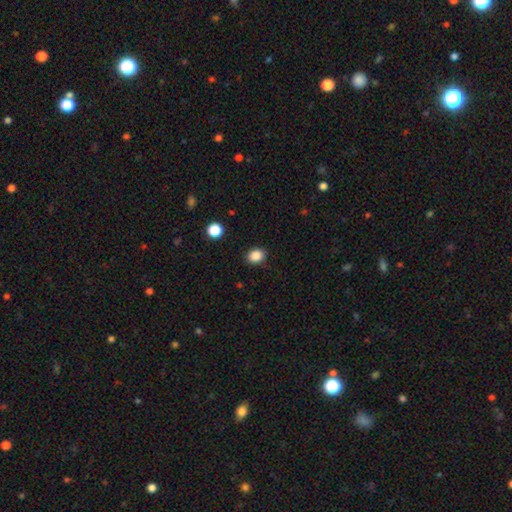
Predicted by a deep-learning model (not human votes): Overall: smooth (87%). How rounded: round (51%; in between 49%). Merging: none (88%).